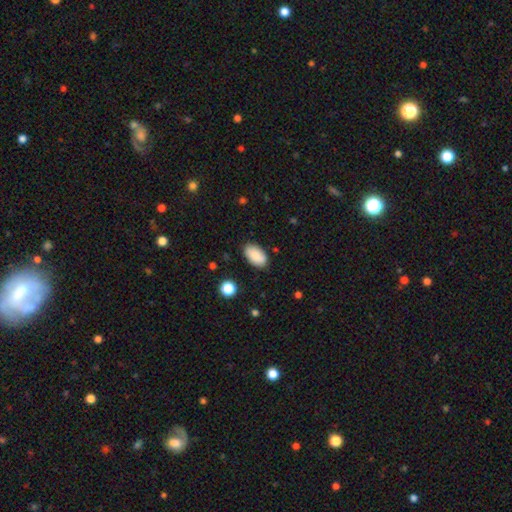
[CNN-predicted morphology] A smooth galaxy with no disk features (87%) that is in between round and cigar-shaped (94%). Merging: none (85%).